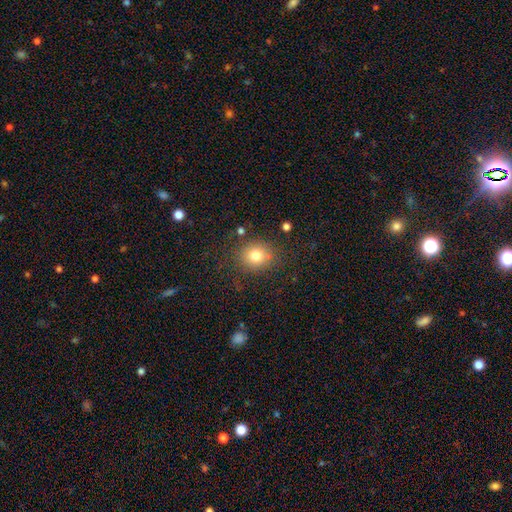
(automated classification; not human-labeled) smooth-or-featured: smooth: 78% | star or artifact: 12% | featured or disk: 10%
  how-rounded: round: 70% | in between: 29% | cigar-shaped: 1%
  merging: none: 79% | minor disturbance: 13% | major disturbance: 5% | merger: 3%